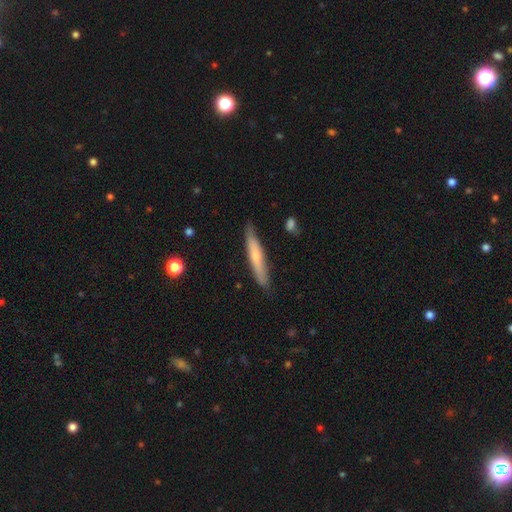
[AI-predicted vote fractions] Smooth or featured? smooth (57%)
How rounded? cigar-shaped (92%)
Merging? none (84%)